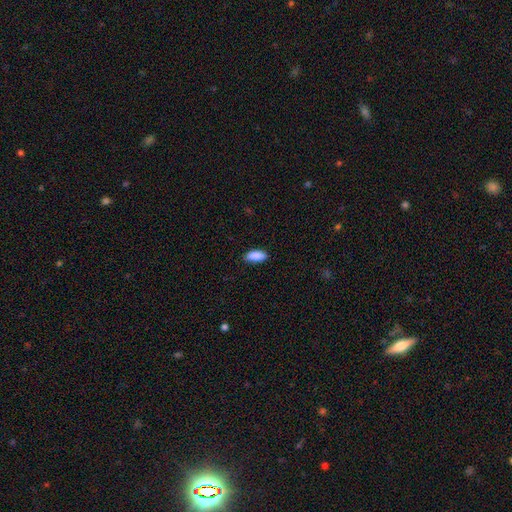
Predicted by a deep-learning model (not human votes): Smooth or featured: smooth — 90% (star or artifact — 6%)
How rounded: in between — 86% (cigar-shaped — 12%)
Merging: none — 86% (minor disturbance — 11%)